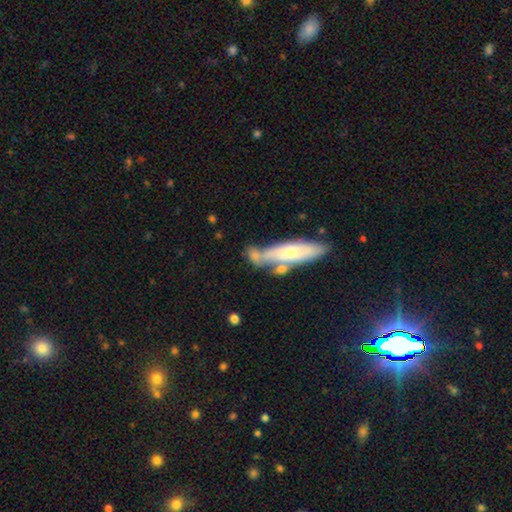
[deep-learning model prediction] Smooth or featured: smooth — 62% (featured or disk — 31%)
How rounded: cigar-shaped — 55% (in between — 39%)
Merging: none — 44% (merger — 33%)